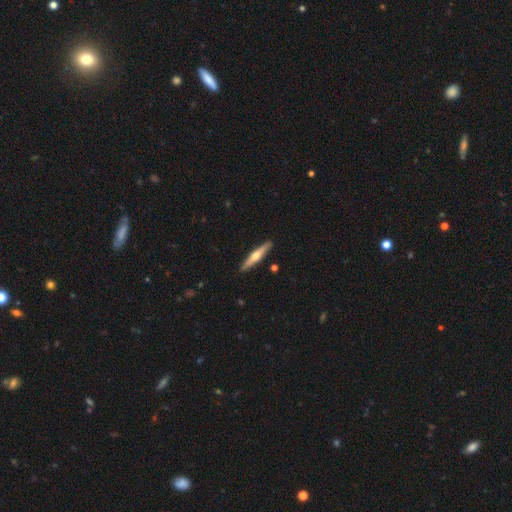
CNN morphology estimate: This is likely a featured or disk galaxy (62%). It is clearly viewed edge-on (97%). Edge-on bulge: clearly rounded (91%). Merging: clearly none (91%).